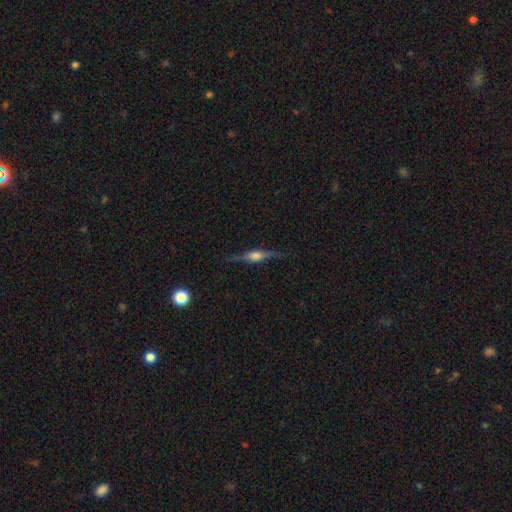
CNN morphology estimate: Smooth or featured? Predicted: featured or disk (p=0.78). Edge-on disk? Predicted: yes (p=0.97). Edge-on bulge? Predicted: rounded (p=0.80). Merging? Predicted: none (p=0.85).